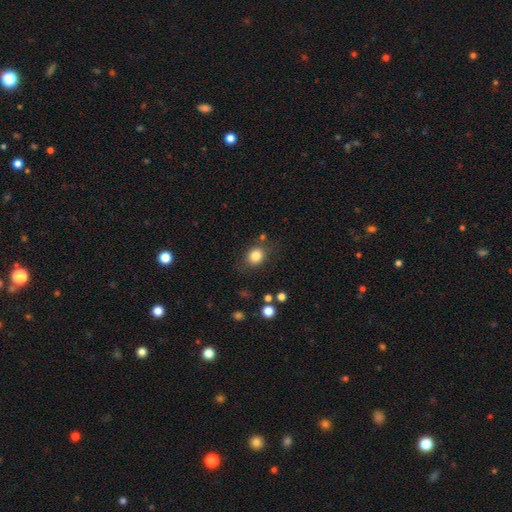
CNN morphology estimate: This appears to be a smooth galaxy with no disk features (82%) that is round (62%). Merging: none (76%).